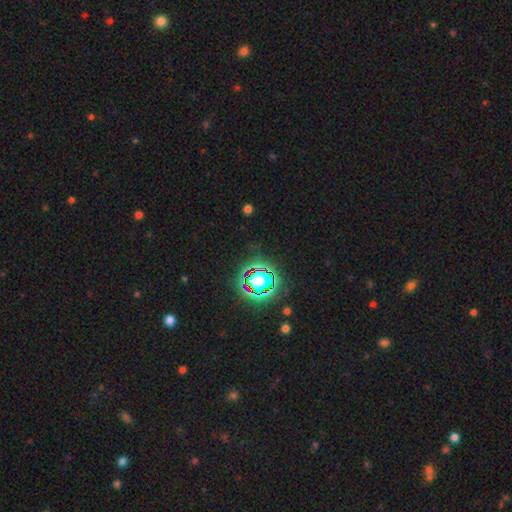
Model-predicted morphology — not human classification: Smooth or featured?
  - star or artifact: 79% *
  - smooth: 13%
  - featured or disk: 8%